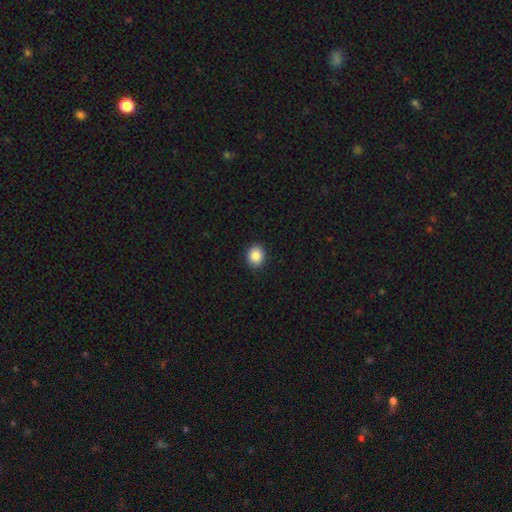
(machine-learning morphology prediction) Smooth or featured? Predicted: smooth (p=0.87). How rounded? Predicted: round (p=0.72). Merging? Predicted: none (p=0.90).